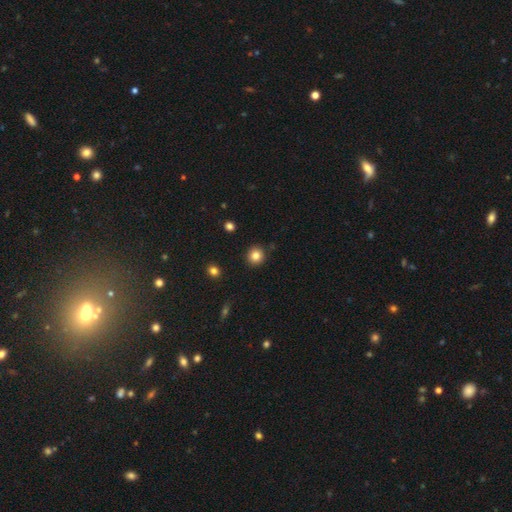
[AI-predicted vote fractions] Q: Smooth or featured?
A: smooth (83%); runner-up: star or artifact (11%)
Q: How rounded?
A: round (92%); runner-up: in between (7%)
Q: Merging?
A: none (91%); runner-up: minor disturbance (6%)